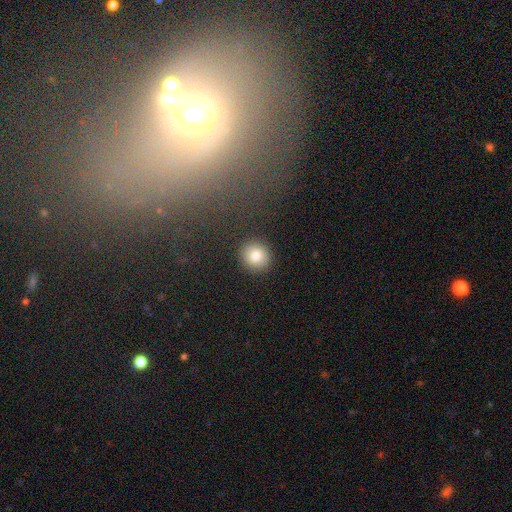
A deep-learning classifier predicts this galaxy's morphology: smooth 83%, star or artifact 9%, featured or disk 7%. Down the decision tree: how rounded — round (89%); merging — none (90%).